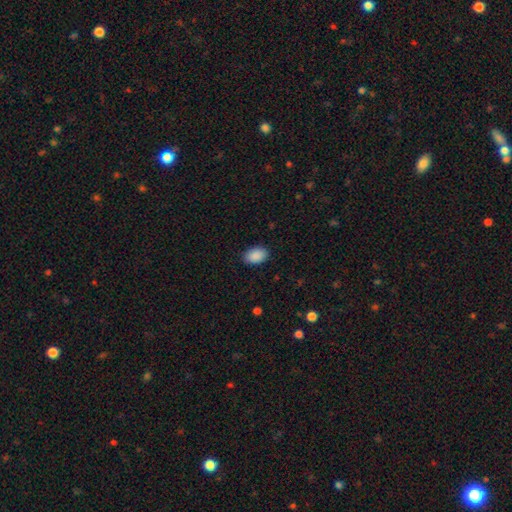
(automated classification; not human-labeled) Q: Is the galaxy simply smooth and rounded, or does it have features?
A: smooth — 90%.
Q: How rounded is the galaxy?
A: in between — 88%.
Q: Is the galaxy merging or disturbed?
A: none — 88%.